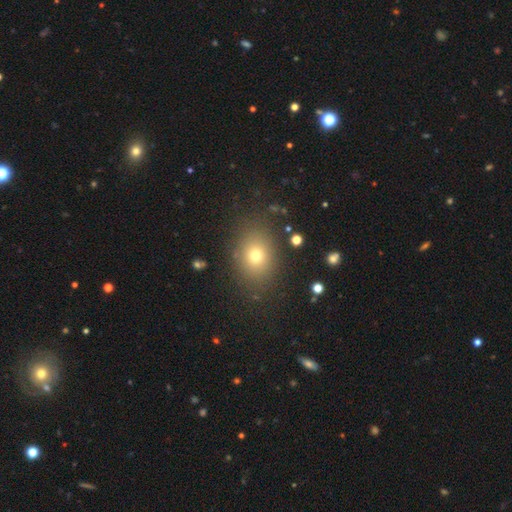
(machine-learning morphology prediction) smooth-or-featured: smooth: 71% | star or artifact: 16% | featured or disk: 12%
  how-rounded: in between: 54% | round: 45% | cigar-shaped: 1%
  merging: none: 83% | minor disturbance: 10% | major disturbance: 5% | merger: 2%